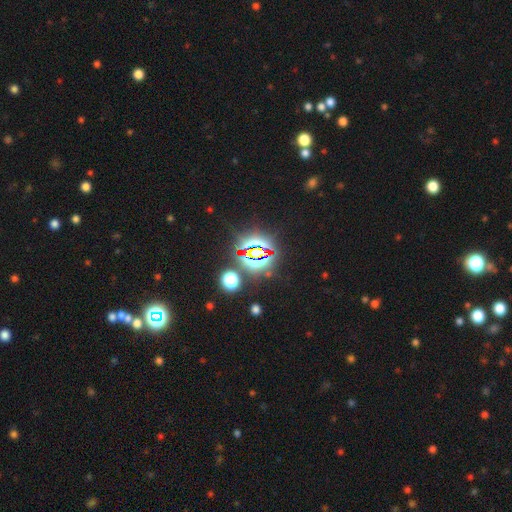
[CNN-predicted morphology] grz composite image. It shows a star or artifact, not a galaxy (79%).